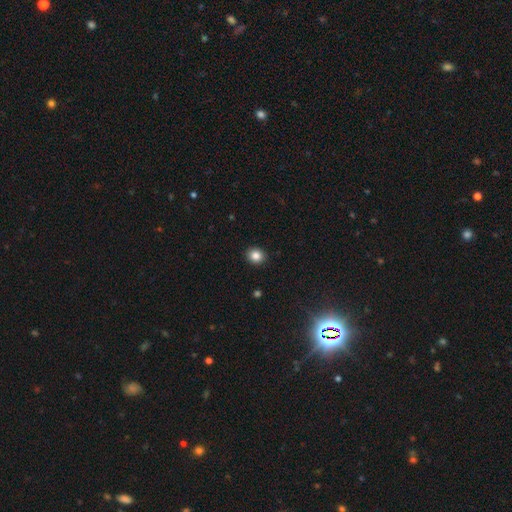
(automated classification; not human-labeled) A smooth galaxy with no disk features (84%) that is round (73%).

Vote fractions:
- Smooth or featured? smooth: 84% / star or artifact: 10% / featured or disk: 5%
- How rounded? round: 73% / in between: 27% / cigar-shaped: 1%
- Merging? none: 92% / minor disturbance: 6% / major disturbance: 2% / merger: 1%